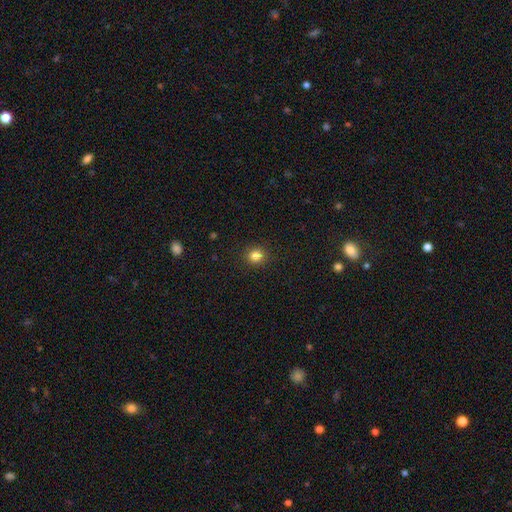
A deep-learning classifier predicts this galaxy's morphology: A smooth galaxy with no disk features (81%) that is round (80%). Merging: none (88%).